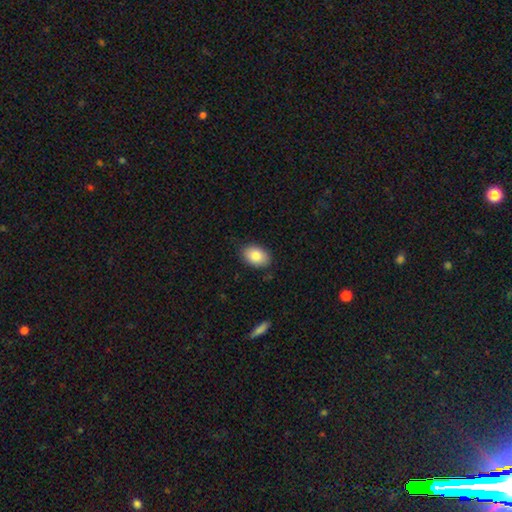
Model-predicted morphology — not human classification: This is clearly a smooth galaxy (84%). How rounded: clearly in between (84%). Merging: clearly none (85%).